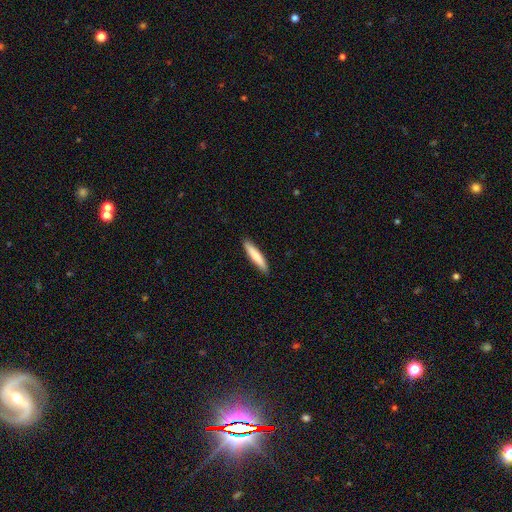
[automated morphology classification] Smooth or featured: smooth — 78% (featured or disk — 16%)
How rounded: cigar-shaped — 89% (in between — 9%)
Merging: none — 91% (minor disturbance — 7%)